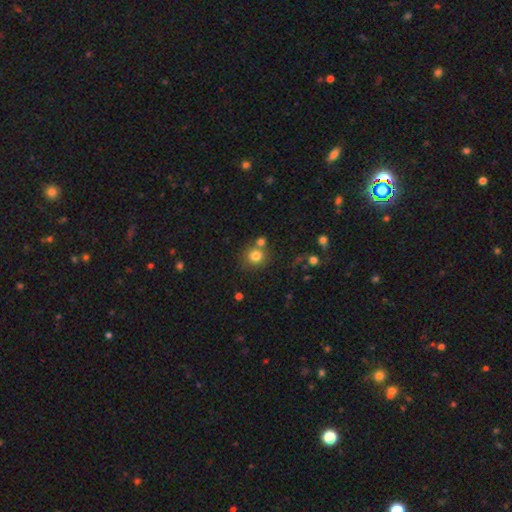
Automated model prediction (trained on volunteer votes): This is clearly a smooth galaxy (80%). How rounded: clearly round (89%). Merging: likely none (67%).